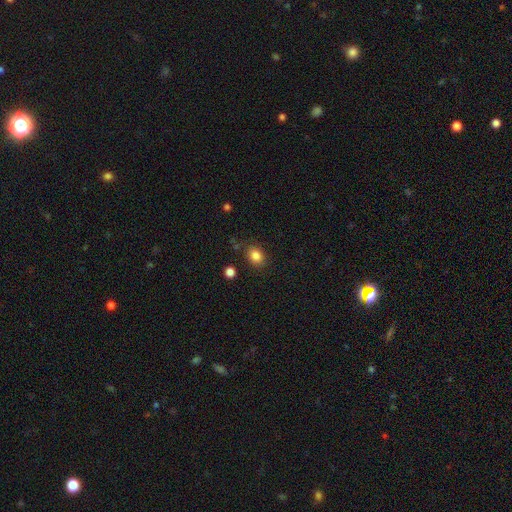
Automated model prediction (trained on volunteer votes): Q: Smooth or featured?
A: smooth (84%); runner-up: star or artifact (10%)
Q: How rounded?
A: in between (51%); runner-up: round (48%)
Q: Merging?
A: none (82%); runner-up: minor disturbance (11%)